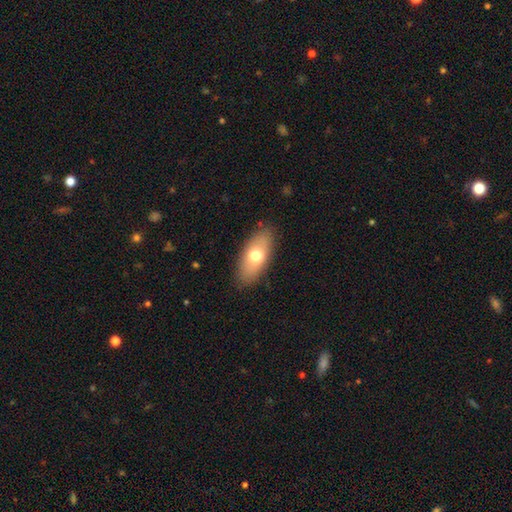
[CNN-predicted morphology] smooth 68%, featured or disk 25%, star or artifact 7%. Down the decision tree: how rounded — in between (85%); merging — none (85%).